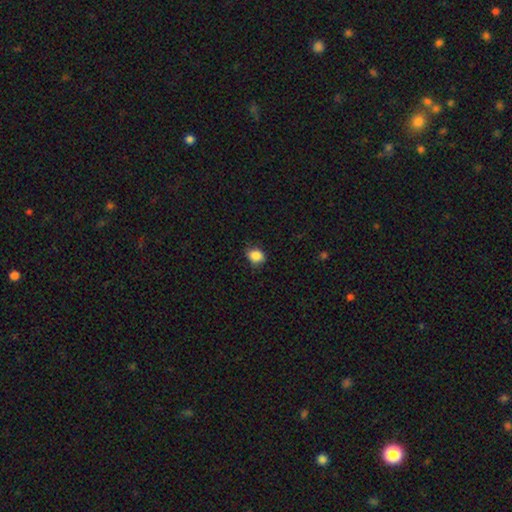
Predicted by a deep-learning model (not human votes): smooth_or_featured: smooth (p=0.87) [alt: star or artifact p=0.09]
how_rounded: round (p=0.52) [alt: in between p=0.47]
merging: none (p=0.76) [alt: minor disturbance p=0.19]